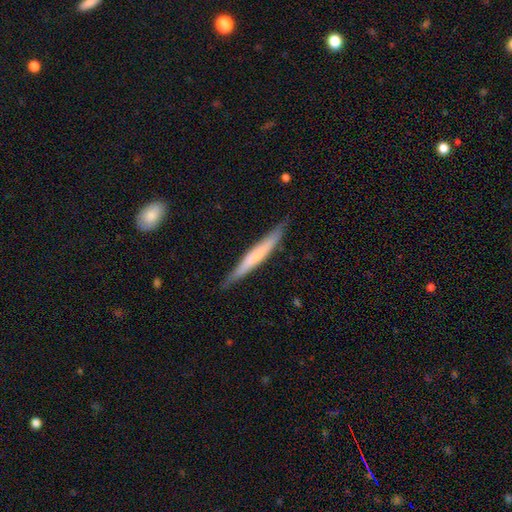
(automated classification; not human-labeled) A smooth galaxy with no disk features (53%) that is cigar-shaped (96%).

Vote fractions:
- Smooth or featured? smooth: 53% / featured or disk: 42% / star or artifact: 5%
- How rounded? cigar-shaped: 96% / in between: 3% / round: 1%
- Merging? none: 86% / minor disturbance: 11% / major disturbance: 2% / merger: 1%